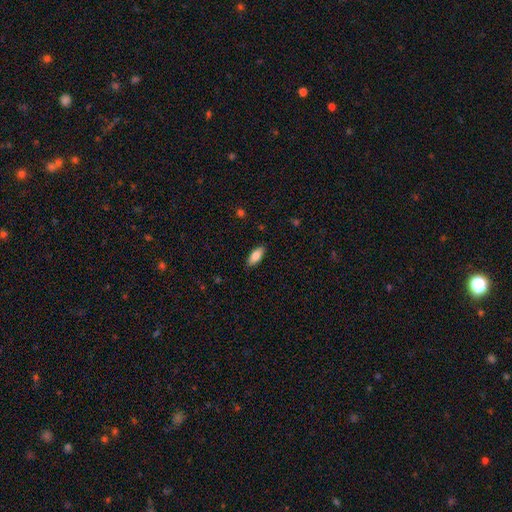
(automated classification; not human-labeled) smooth-or-featured: smooth: 82% | featured or disk: 12% | star or artifact: 7%
  how-rounded: in between: 81% | cigar-shaped: 17% | round: 2%
  merging: none: 87% | minor disturbance: 10% | major disturbance: 2% | merger: 1%